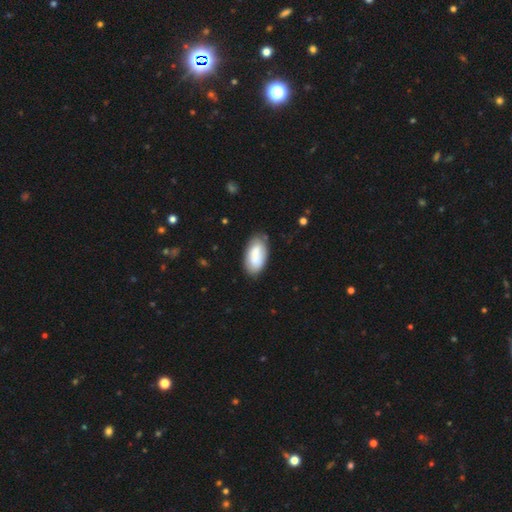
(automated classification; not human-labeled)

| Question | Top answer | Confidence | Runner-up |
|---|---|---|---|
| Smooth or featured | smooth | 82% | featured or disk (12%) |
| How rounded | in between | 95% | cigar-shaped (3%) |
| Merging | none | 77% | minor disturbance (17%) |